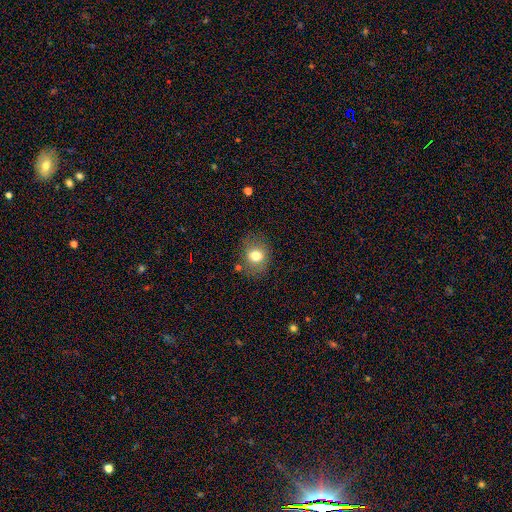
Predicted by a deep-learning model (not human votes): Q: Smooth or featured?
A: smooth (75%); runner-up: featured or disk (15%)
Q: How rounded?
A: round (62%); runner-up: in between (37%)
Q: Merging?
A: none (76%); runner-up: minor disturbance (15%)